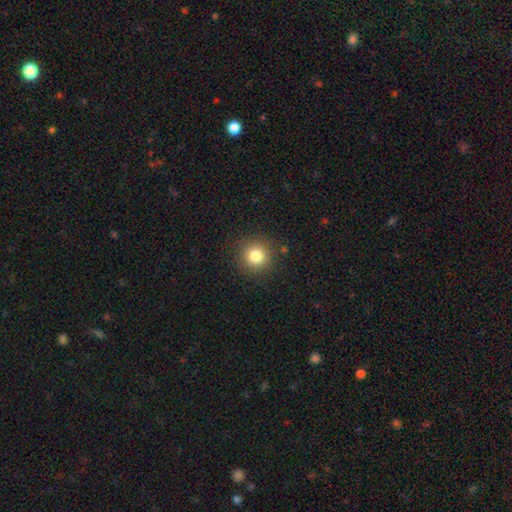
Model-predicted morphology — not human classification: smooth_or_featured: smooth (p=0.82) [alt: star or artifact p=0.12]
how_rounded: round (p=0.94) [alt: in between p=0.05]
merging: none (p=0.89) [alt: minor disturbance p=0.07]